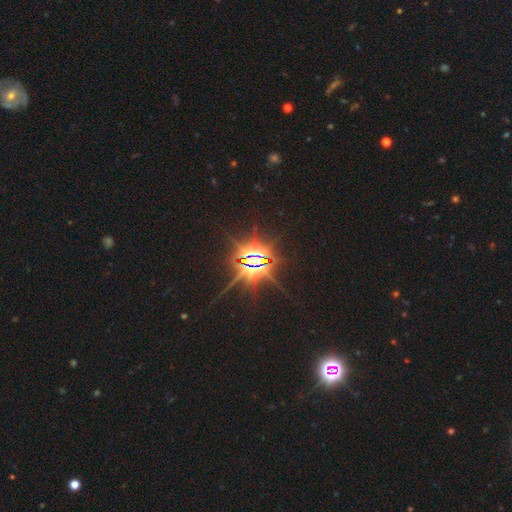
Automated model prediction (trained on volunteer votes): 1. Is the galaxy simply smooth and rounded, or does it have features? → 84% star or artifact, 11% featured or disk, 6% smooth.